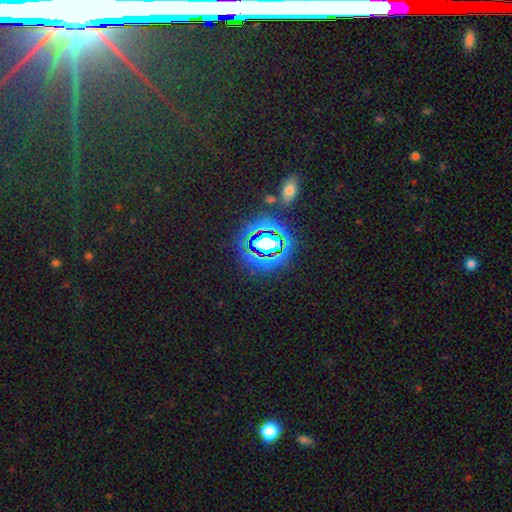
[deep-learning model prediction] star or artifact 73%, smooth 14%, featured or disk 12%.